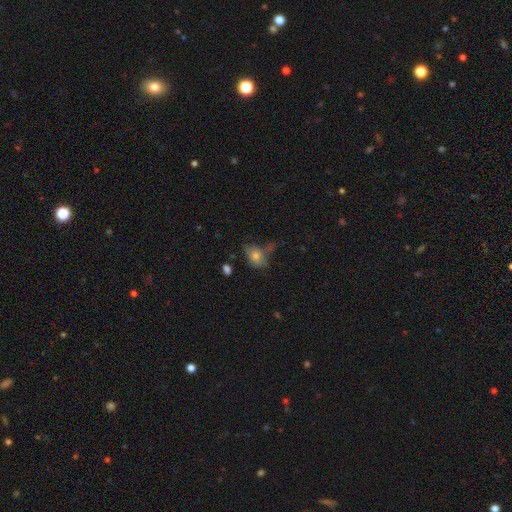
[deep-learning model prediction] Smooth or featured? smooth (69%)
How rounded? in between (68%)
Merging? none (49%)